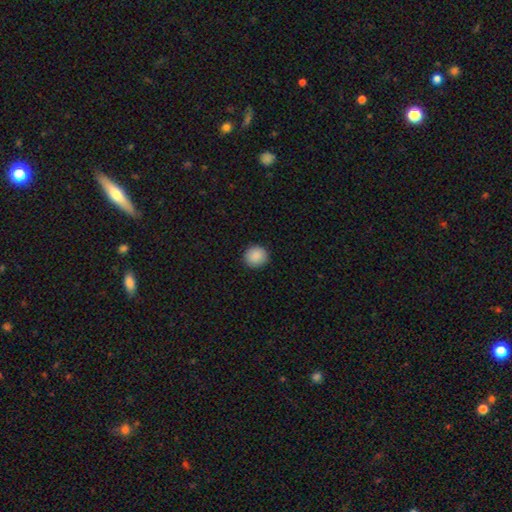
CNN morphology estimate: This appears to be a smooth galaxy with no disk features (89%) that is round (90%). Merging: none (92%).